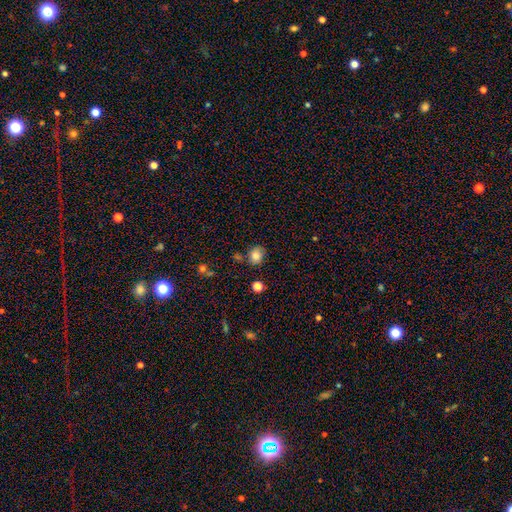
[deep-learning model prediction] A smooth galaxy with no disk features (82%) that is round (67%). Merging: none (73%).